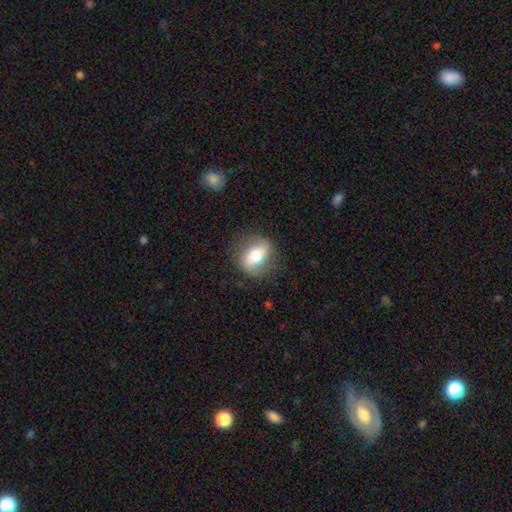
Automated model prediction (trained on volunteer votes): smooth-or-featured: smooth: 54% | featured or disk: 39% | star or artifact: 8%
  how-rounded: in between: 50% | round: 47% | cigar-shaped: 3%
  merging: none: 79% | minor disturbance: 14% | major disturbance: 6% | merger: 1%